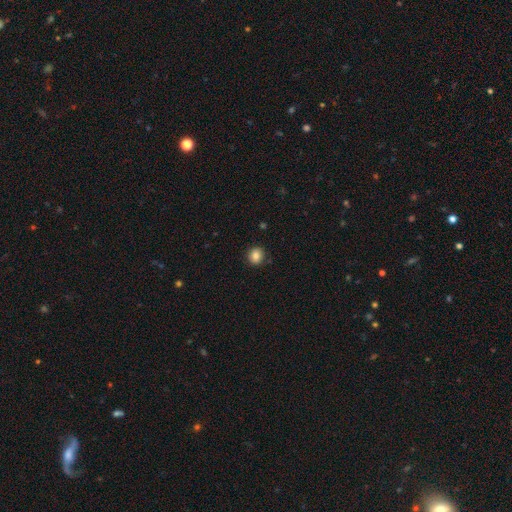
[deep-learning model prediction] A smooth galaxy with no disk features (83%) that is round (88%). Merging: none (90%).